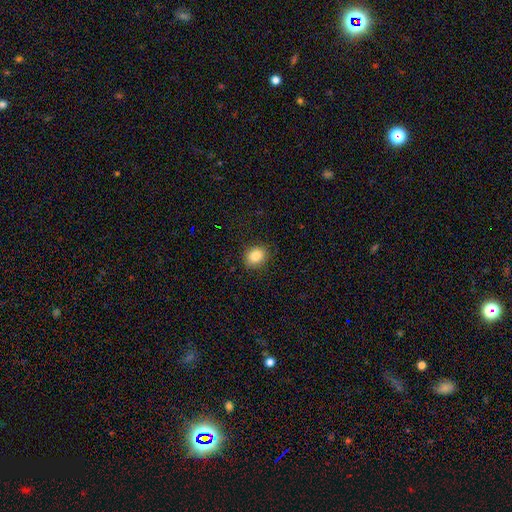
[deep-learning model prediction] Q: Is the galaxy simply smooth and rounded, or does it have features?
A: smooth — 87%.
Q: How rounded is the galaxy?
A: in between — 53%.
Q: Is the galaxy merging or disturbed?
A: none — 86%.